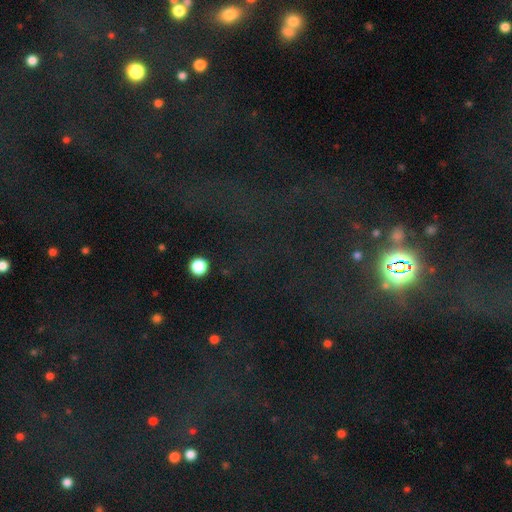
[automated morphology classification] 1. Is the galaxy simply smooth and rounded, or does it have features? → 76% star or artifact, 14% smooth, 10% featured or disk.